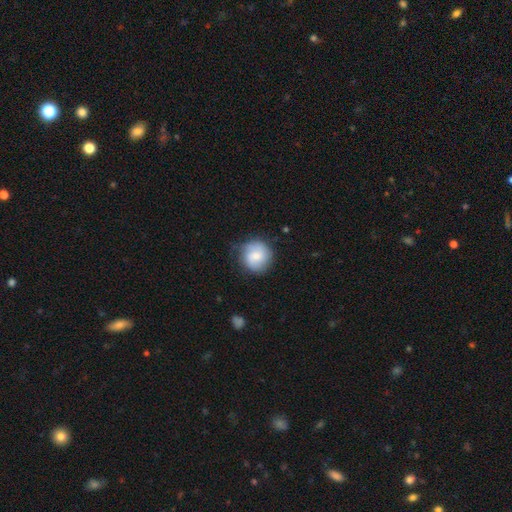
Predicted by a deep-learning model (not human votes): smooth 69%, featured or disk 24%, star or artifact 7%. Down the decision tree: how rounded — round (90%); merging — none (75%).